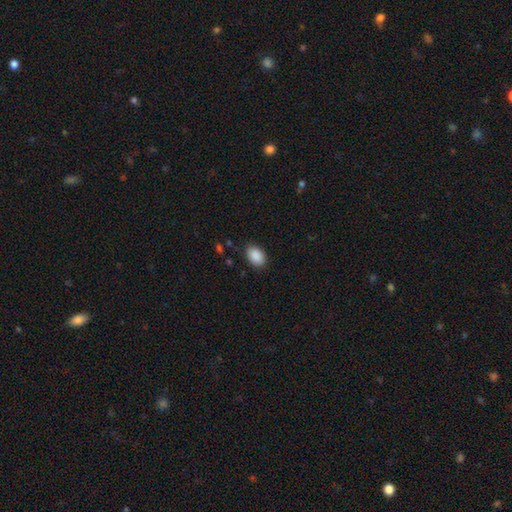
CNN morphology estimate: The model was most divided on "how rounded": in between: 85%, round: 14%, cigar-shaped: 1%. More confident: smooth or featured — smooth (90%); merging — none (86%).